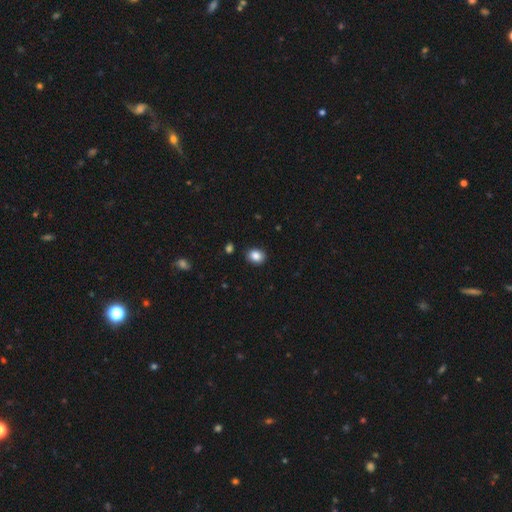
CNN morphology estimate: Overall: smooth (87%). How rounded: round (52%; in between 47%). Merging: none (89%).